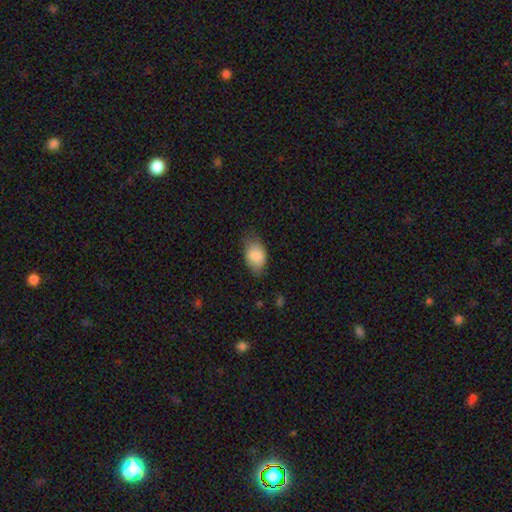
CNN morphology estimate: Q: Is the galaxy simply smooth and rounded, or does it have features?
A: smooth — 85%.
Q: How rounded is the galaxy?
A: in between — 89%.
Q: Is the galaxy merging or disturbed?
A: none — 66%.